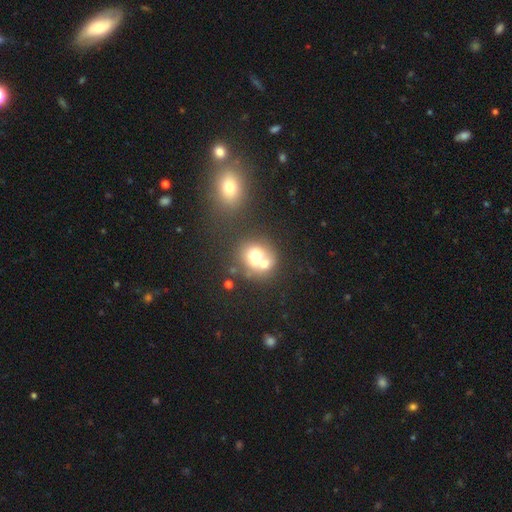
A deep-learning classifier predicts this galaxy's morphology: Smooth or featured? Predicted: smooth (p=0.63). How rounded? Predicted: round (p=0.69). Merging? Predicted: merger (p=0.55).